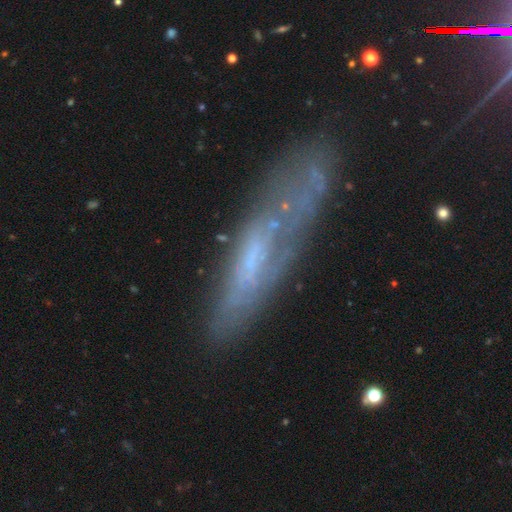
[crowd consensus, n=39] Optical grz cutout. It shows a featured or disk galaxy (59%) viewed edge-on (52%) with no central bulge (58%). Merging: none (60%).